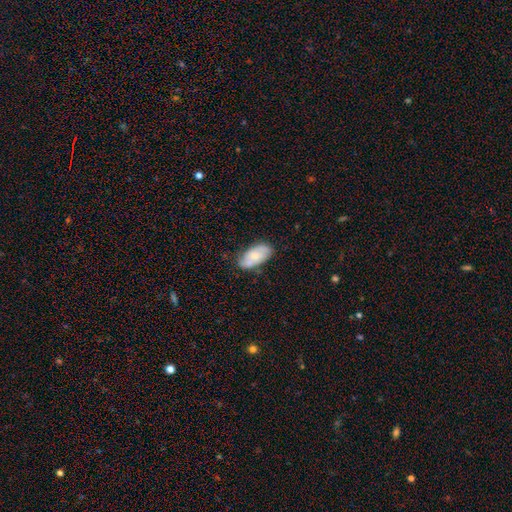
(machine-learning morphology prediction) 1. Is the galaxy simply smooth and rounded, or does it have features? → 56% smooth, 38% featured or disk, 6% star or artifact.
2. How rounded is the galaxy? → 93% in between, 3% round, 3% cigar-shaped.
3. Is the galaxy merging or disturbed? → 70% none, 23% minor disturbance, 4% major disturbance, 3% merger.